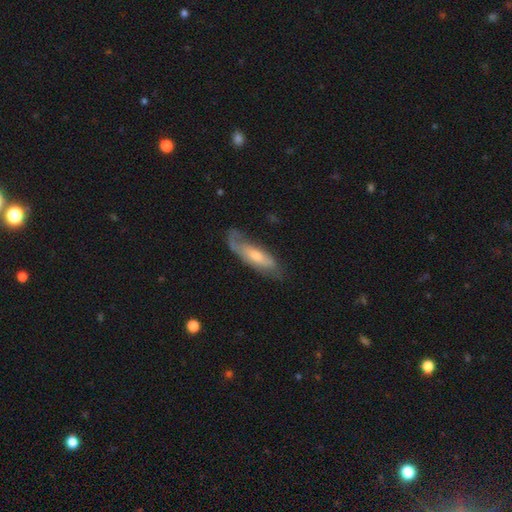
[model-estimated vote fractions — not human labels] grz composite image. It shows a featured or disk galaxy (49%). Merging: none (51%).